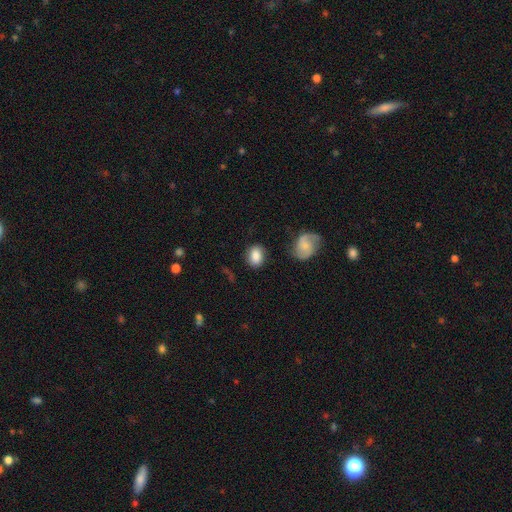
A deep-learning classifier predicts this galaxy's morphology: A smooth galaxy with no disk features (81%) that is in between round and cigar-shaped (63%). Merging: none (77%).